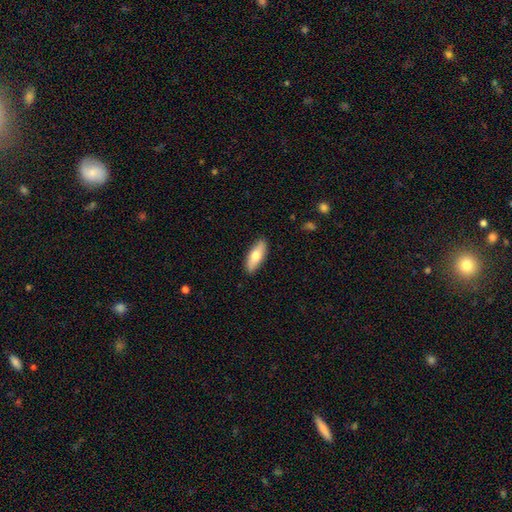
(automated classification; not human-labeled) smooth 69%, featured or disk 26%, star or artifact 6%. Down the decision tree: how rounded — in between (65%); merging — none (89%).